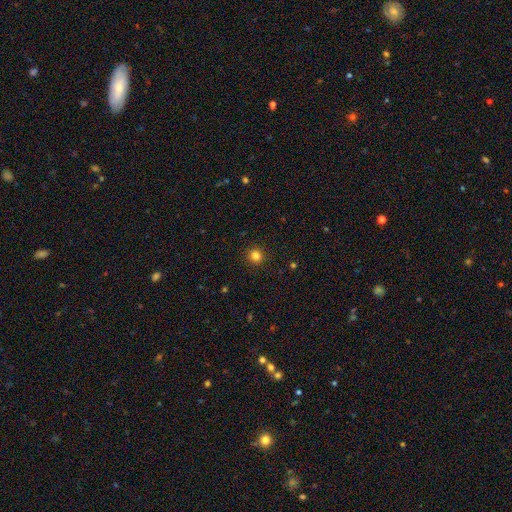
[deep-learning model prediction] Smooth or featured? Predicted: smooth (p=0.82). How rounded? Predicted: round (p=0.92). Merging? Predicted: none (p=0.92).